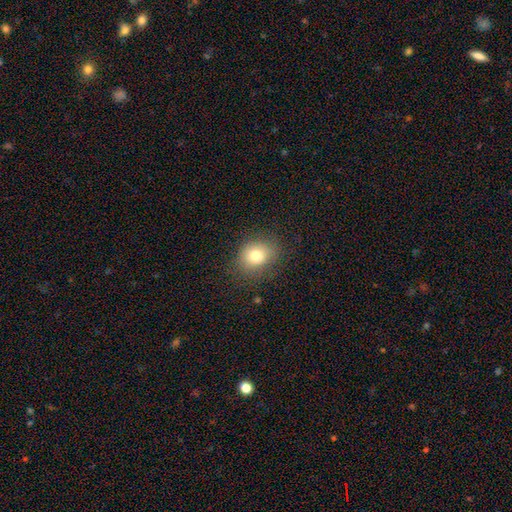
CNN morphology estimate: A smooth galaxy with no disk features (77%) that is round (58%).

Vote fractions:
- Smooth or featured? smooth: 77% / star or artifact: 12% / featured or disk: 11%
- How rounded? round: 58% / in between: 41% / cigar-shaped: 1%
- Merging? none: 80% / minor disturbance: 14% / major disturbance: 5% / merger: 1%